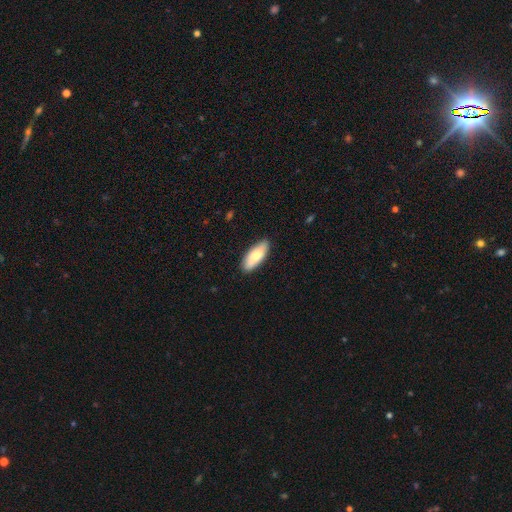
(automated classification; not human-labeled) A smooth galaxy with no disk features (77%) that is in between round and cigar-shaped (77%).

Vote fractions:
- Smooth or featured? smooth: 77% / featured or disk: 18% / star or artifact: 5%
- How rounded? in between: 77% / cigar-shaped: 21% / round: 2%
- Merging? none: 88% / minor disturbance: 10% / major disturbance: 2% / merger: 1%